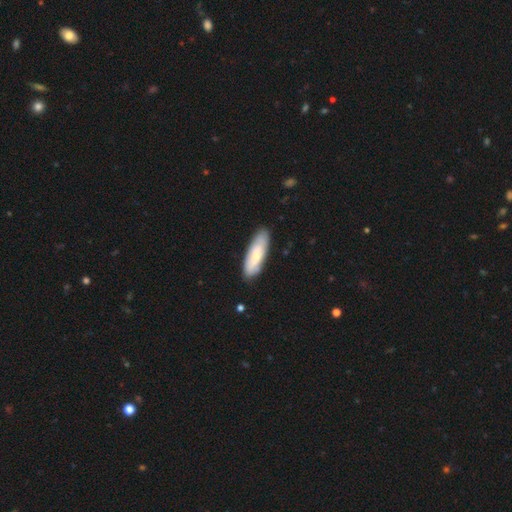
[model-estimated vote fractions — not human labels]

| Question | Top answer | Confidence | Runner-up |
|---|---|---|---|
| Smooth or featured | smooth | 73% | featured or disk (22%) |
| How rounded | in between | 50% | cigar-shaped (49%) |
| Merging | none | 85% | minor disturbance (12%) |